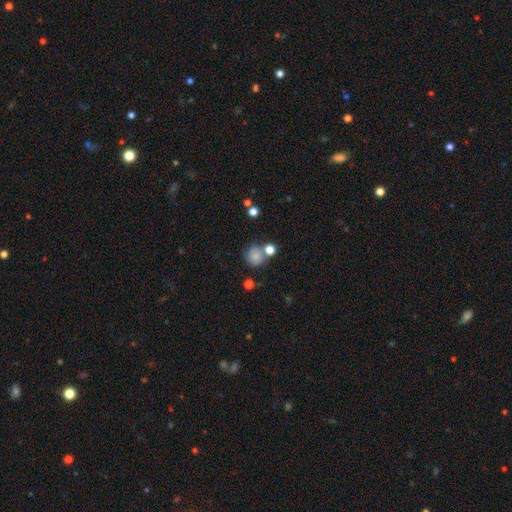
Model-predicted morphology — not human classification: Smooth or featured? smooth (81%)
How rounded? round (88%)
Merging? none (65%)